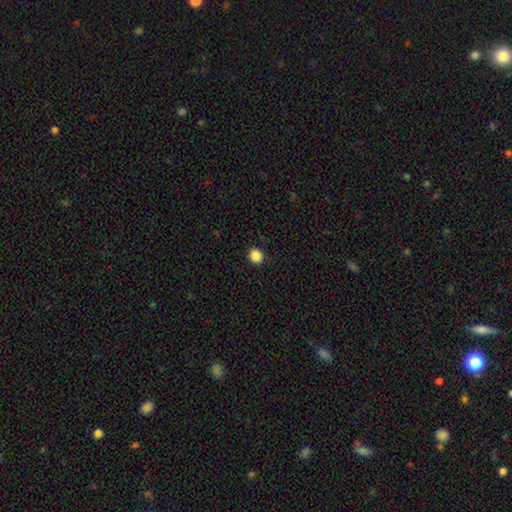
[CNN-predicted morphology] This appears to be a smooth galaxy with no disk features (87%) that is round (88%). Merging: none (91%).